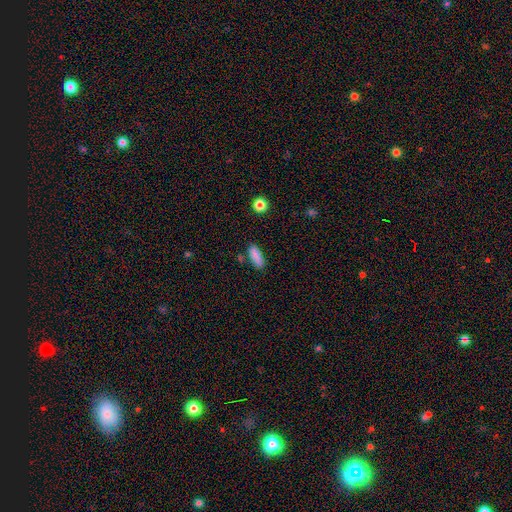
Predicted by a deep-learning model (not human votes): Smooth or featured?
  - smooth: 86% *
  - star or artifact: 8%
  - featured or disk: 5%
How rounded?
  - in between: 69% *
  - cigar-shaped: 29%
  - round: 2%
Merging?
  - none: 75% *
  - minor disturbance: 16%
  - merger: 6%
  - major disturbance: 3%